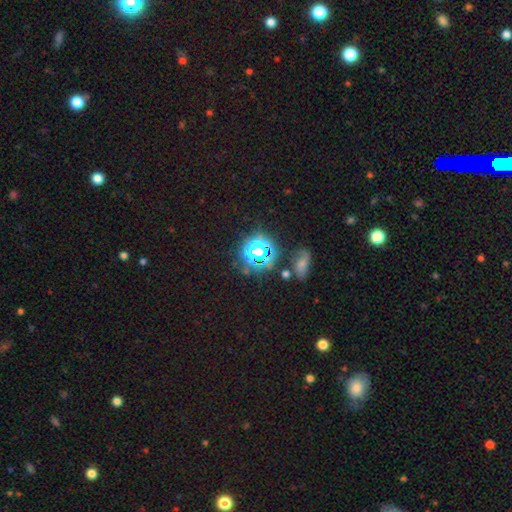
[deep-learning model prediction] A star or artifact, not a galaxy (68%).